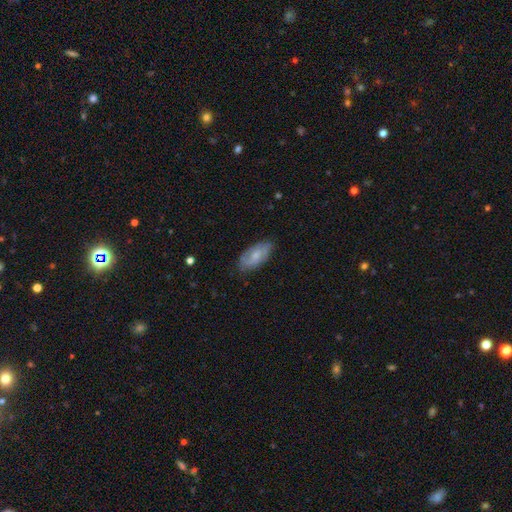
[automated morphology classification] Smooth or featured?
  - smooth: 48% *
  - featured or disk: 45%
  - star or artifact: 7%
Merging?
  - none: 76% *
  - minor disturbance: 19%
  - major disturbance: 4%
  - merger: 1%